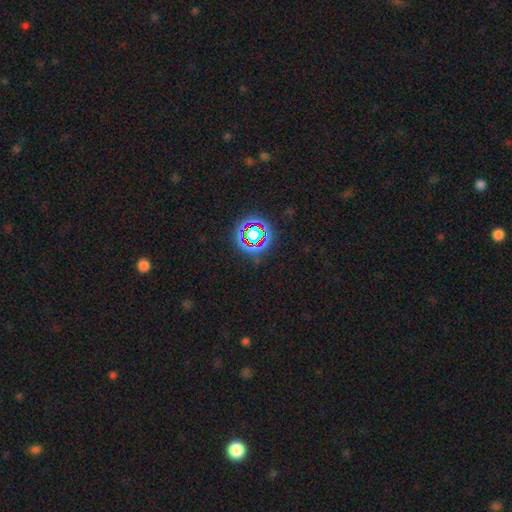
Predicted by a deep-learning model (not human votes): smooth_or_featured: star or artifact (p=0.62) [alt: smooth p=0.26]